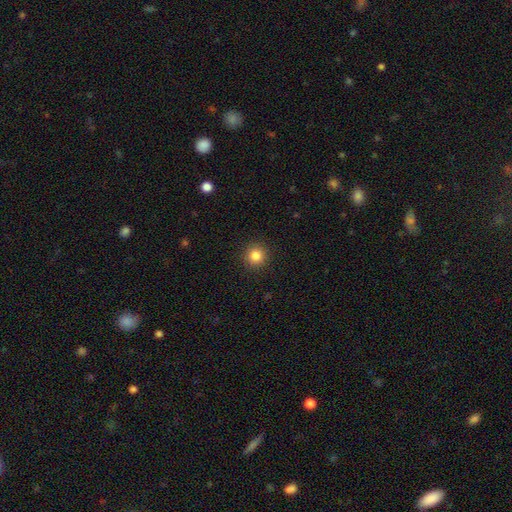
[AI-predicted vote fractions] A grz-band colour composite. It shows a smooth galaxy with no disk features (84%) that is round (94%). Merging: none (92%).